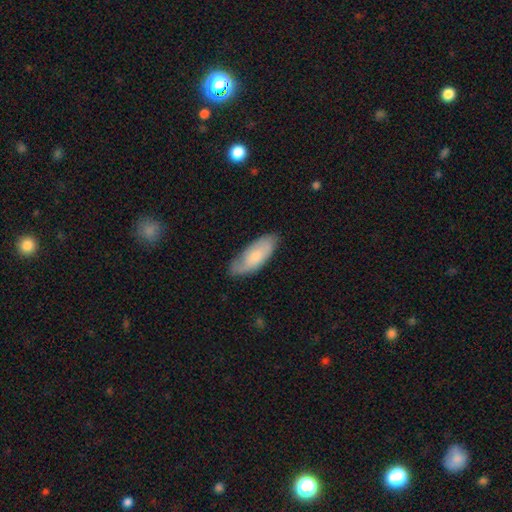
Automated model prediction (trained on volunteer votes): Q: Smooth or featured?
A: smooth (62%); runner-up: featured or disk (32%)
Q: How rounded?
A: in between (80%); runner-up: cigar-shaped (18%)
Q: Merging?
A: none (73%); runner-up: minor disturbance (21%)